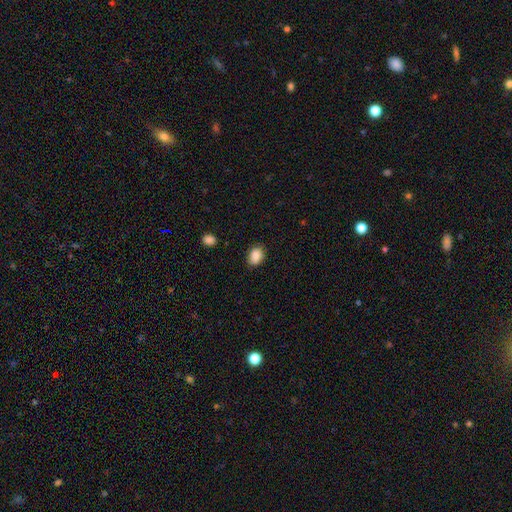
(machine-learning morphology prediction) Smooth or featured: smooth — 87% (star or artifact — 8%)
How rounded: in between — 70% (round — 29%)
Merging: none — 82% (minor disturbance — 14%)